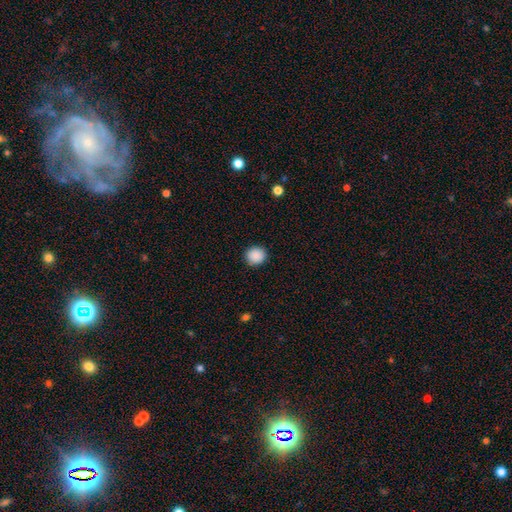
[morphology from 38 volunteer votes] smooth_or_featured: smooth (p=0.92) [alt: star or artifact p=0.08]
how_rounded: round (p=0.94) [alt: in between p=0.06]
merging: none (p=0.91) [alt: merger p=0.06]